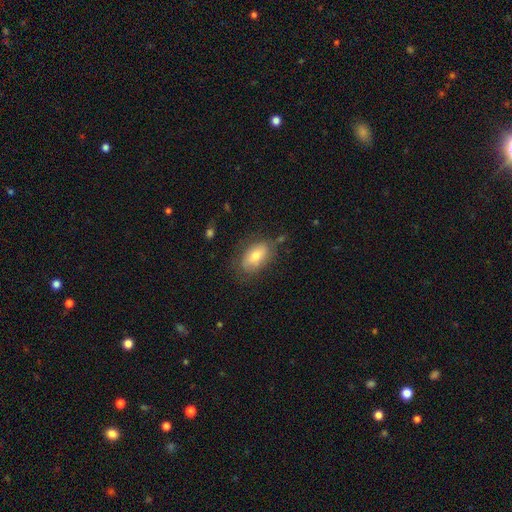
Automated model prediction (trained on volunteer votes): Smooth or featured? smooth (71%)
How rounded? in between (91%)
Merging? none (68%)